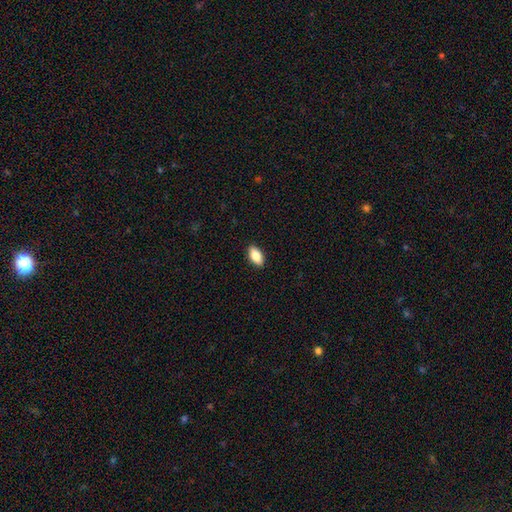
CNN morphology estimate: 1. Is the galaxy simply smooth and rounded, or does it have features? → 83% smooth, 10% featured or disk, 7% star or artifact.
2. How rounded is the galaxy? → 90% in between, 7% cigar-shaped, 3% round.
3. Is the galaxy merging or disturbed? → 89% none, 8% minor disturbance, 2% major disturbance, 1% merger.